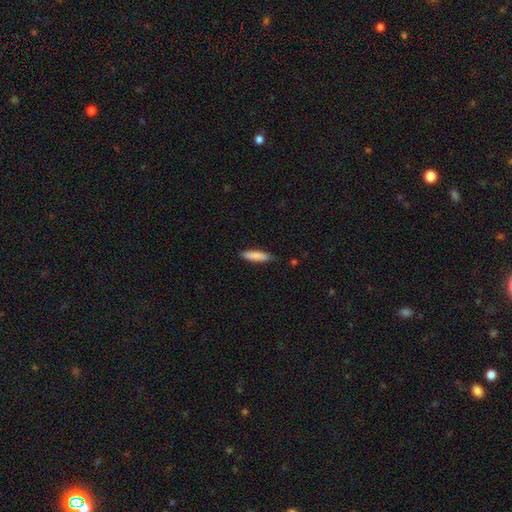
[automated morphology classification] Q: Smooth or featured?
A: smooth (85%); runner-up: featured or disk (9%)
Q: How rounded?
A: cigar-shaped (69%); runner-up: in between (29%)
Q: Merging?
A: none (81%); runner-up: minor disturbance (15%)